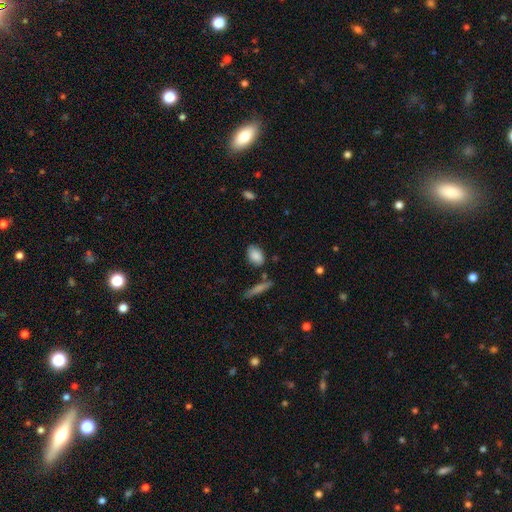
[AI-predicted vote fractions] This is clearly a smooth galaxy (86%). How rounded: clearly in between (85%). Merging: likely none (76%).